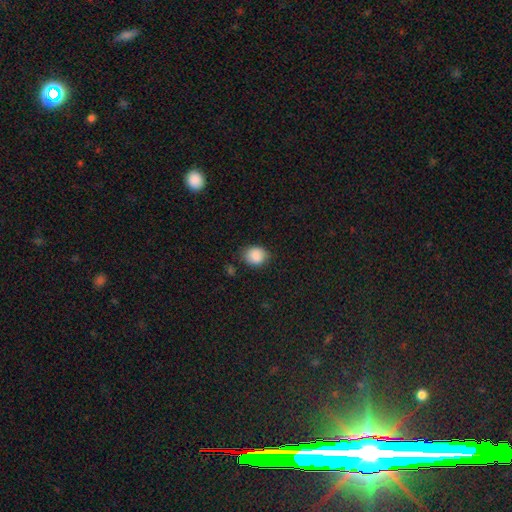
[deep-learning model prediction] Smooth or featured?
  - smooth: 87% *
  - star or artifact: 9%
  - featured or disk: 4%
How rounded?
  - round: 61% *
  - in between: 38%
  - cigar-shaped: 1%
Merging?
  - none: 77% *
  - minor disturbance: 17%
  - major disturbance: 4%
  - merger: 2%